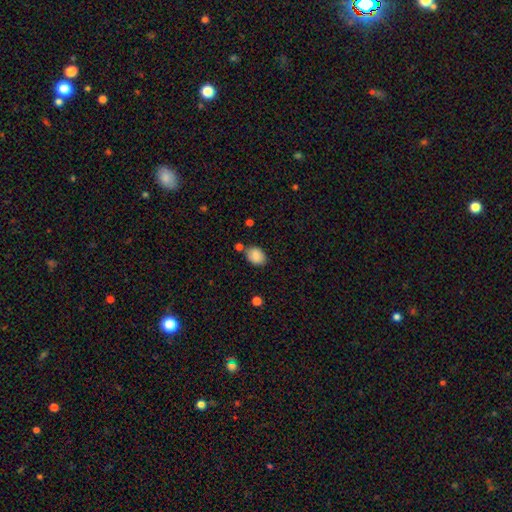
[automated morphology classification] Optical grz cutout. It shows a smooth galaxy with no disk features (87%) that is in between round and cigar-shaped (72%). Merging: none (70%).